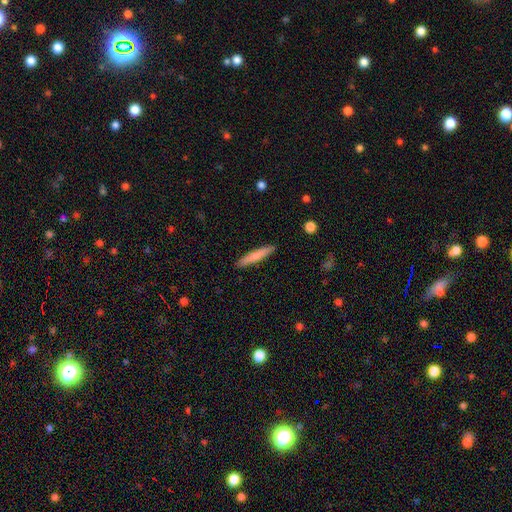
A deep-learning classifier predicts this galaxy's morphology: A smooth galaxy with no disk features (75%) that is cigar-shaped (94%).

Vote fractions:
- Smooth or featured? smooth: 75% / featured or disk: 20% / star or artifact: 5%
- How rounded? cigar-shaped: 94% / in between: 5% / round: 1%
- Merging? none: 91% / minor disturbance: 7% / major disturbance: 1% / merger: 1%